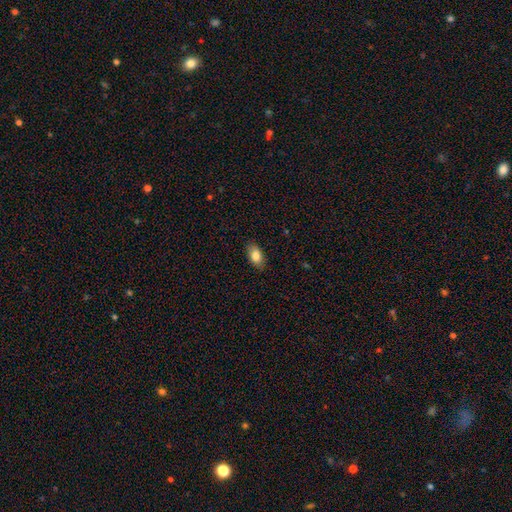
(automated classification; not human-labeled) A smooth galaxy with no disk features (83%) that is in between round and cigar-shaped (91%).

Vote fractions:
- Smooth or featured? smooth: 83% / featured or disk: 10% / star or artifact: 7%
- How rounded? in between: 91% / round: 5% / cigar-shaped: 4%
- Merging? none: 85% / minor disturbance: 11% / major disturbance: 2% / merger: 1%